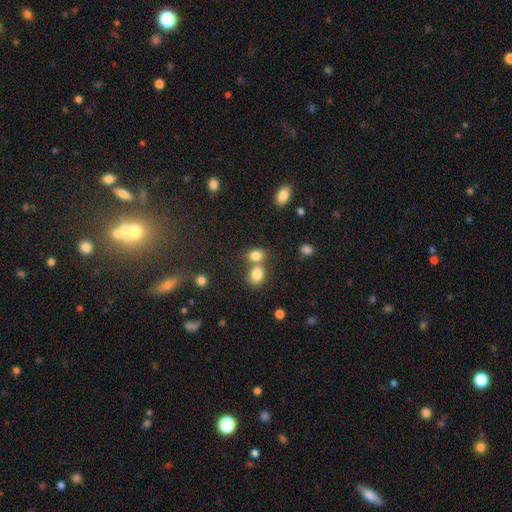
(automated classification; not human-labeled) A smooth galaxy with no disk features (81%) that is in between round and cigar-shaped (59%).

Vote fractions:
- Smooth or featured? smooth: 81% / star or artifact: 11% / featured or disk: 8%
- How rounded? in between: 59% / round: 40% / cigar-shaped: 1%
- Merging? merger: 47% / none: 40% / minor disturbance: 9% / major disturbance: 4%